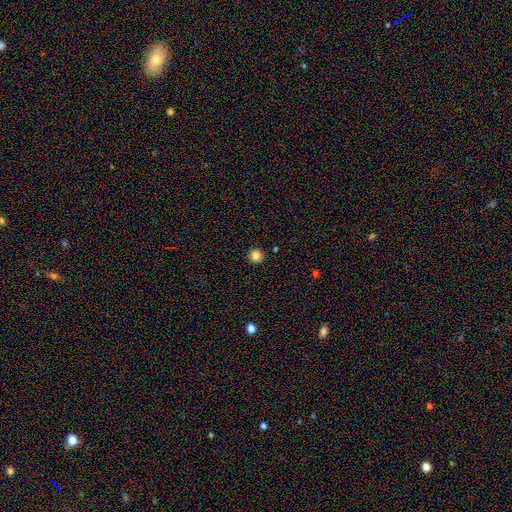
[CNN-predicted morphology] Overall: smooth (84%). How rounded: round (96%). Merging: none (93%).